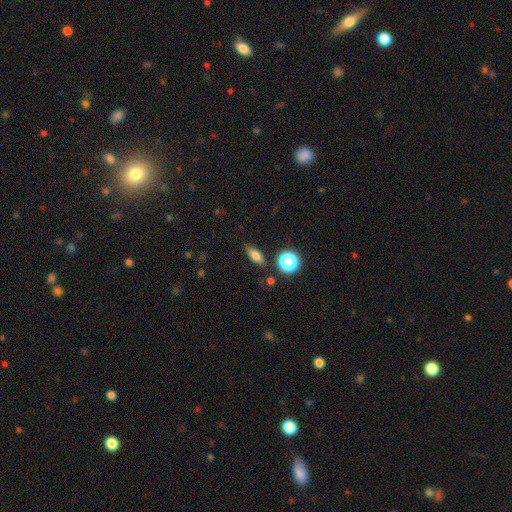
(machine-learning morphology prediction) Overall: smooth (72%). How rounded: in between (62%; cigar-shaped 25%). Merging: none (82%).